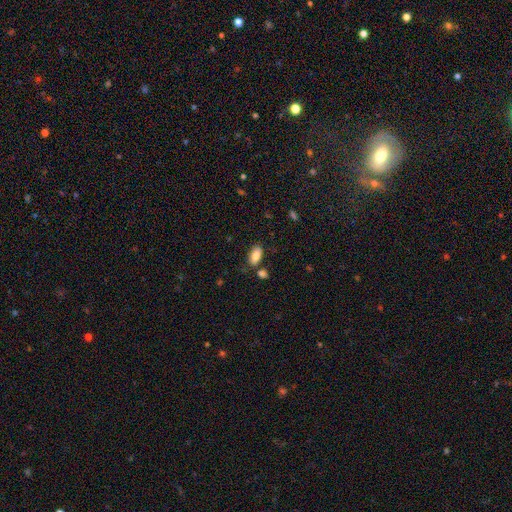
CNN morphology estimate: A smooth galaxy with no disk features (84%) that is in between round and cigar-shaped (91%).

Vote fractions:
- Smooth or featured? smooth: 84% / featured or disk: 8% / star or artifact: 7%
- How rounded? in between: 91% / cigar-shaped: 7% / round: 3%
- Merging? none: 75% / minor disturbance: 13% / merger: 8% / major disturbance: 3%